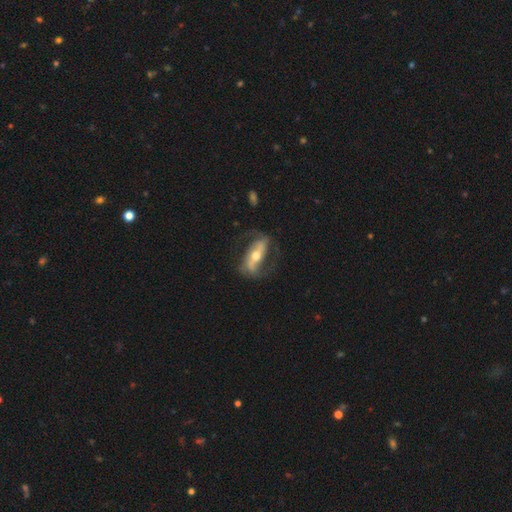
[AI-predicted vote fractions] Smooth or featured? Predicted: featured or disk (p=0.78). Edge-on disk? Predicted: no (p=0.85). Bar? Predicted: strong (p=0.60). Spiral arms? Predicted: yes (p=0.84). Spiral winding? Predicted: loose (p=0.41). Spiral arm count? Predicted: 2 (p=0.87). Bulge size? Predicted: moderate (p=0.62). Merging? Predicted: none (p=0.68).